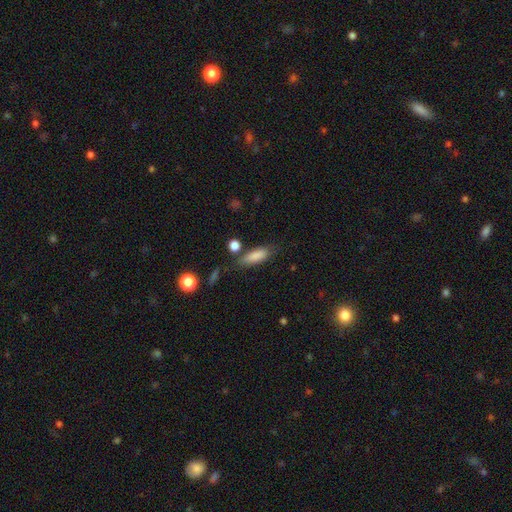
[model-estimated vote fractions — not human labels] Smooth or featured?
  - smooth: 84% *
  - featured or disk: 9%
  - star or artifact: 7%
How rounded?
  - in between: 60% *
  - cigar-shaped: 37%
  - round: 3%
Merging?
  - none: 70% *
  - minor disturbance: 18%
  - merger: 7%
  - major disturbance: 6%